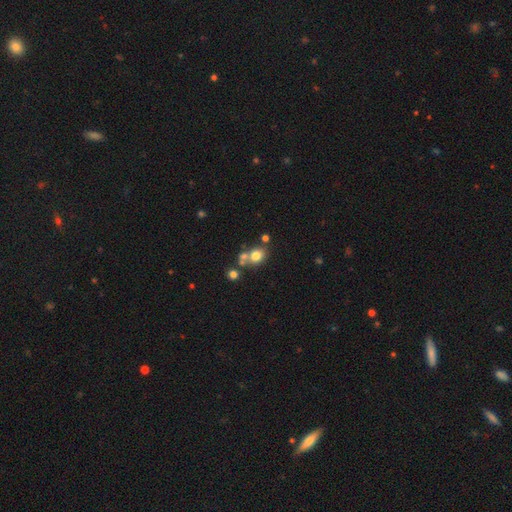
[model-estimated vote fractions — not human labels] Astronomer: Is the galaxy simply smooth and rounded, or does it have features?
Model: smooth — 74%.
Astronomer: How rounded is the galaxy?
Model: round — 63%.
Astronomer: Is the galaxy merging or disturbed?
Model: none — 53% (runner-up: merger, 31%).